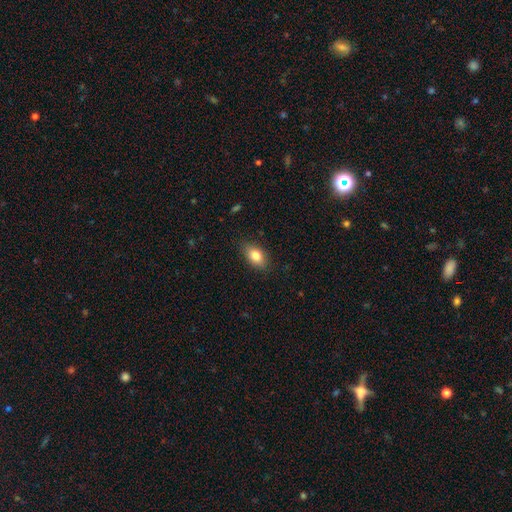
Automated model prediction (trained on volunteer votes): Smooth or featured: smooth — 81% (featured or disk — 11%)
How rounded: in between — 87% (round — 10%)
Merging: none — 85% (minor disturbance — 12%)